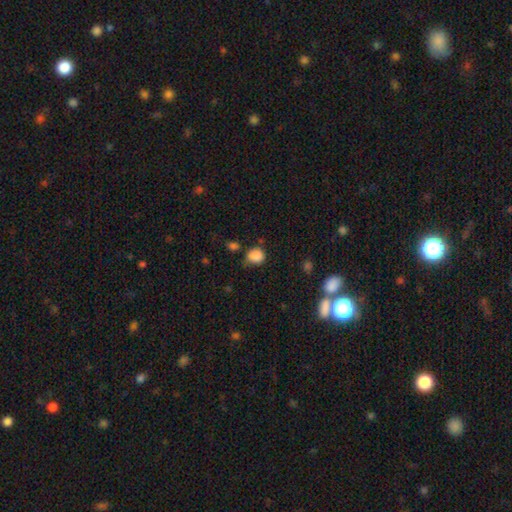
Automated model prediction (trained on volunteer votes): Overall: smooth (85%). How rounded: round (71%). Merging: none (58%; minor disturbance 29%).